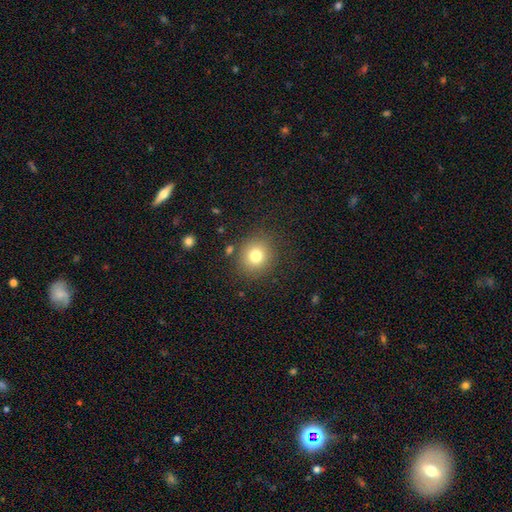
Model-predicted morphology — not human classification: type=smooth (78%); roundness=round (83%); merging=none (84%).